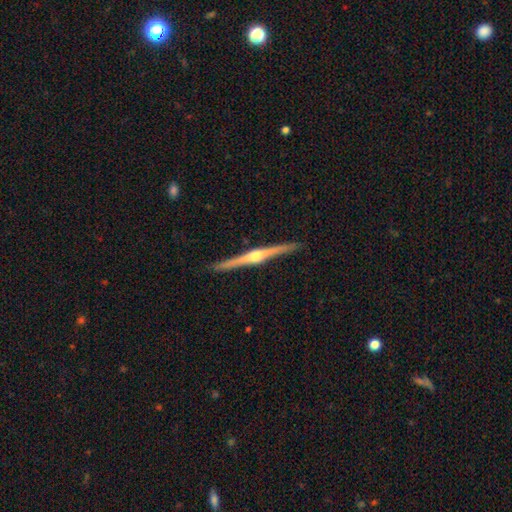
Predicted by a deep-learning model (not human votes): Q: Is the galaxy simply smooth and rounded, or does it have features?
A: featured or disk — 84%.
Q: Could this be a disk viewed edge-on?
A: yes — 99%.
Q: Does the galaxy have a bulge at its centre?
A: rounded — 91%.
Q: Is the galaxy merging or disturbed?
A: none — 92%.